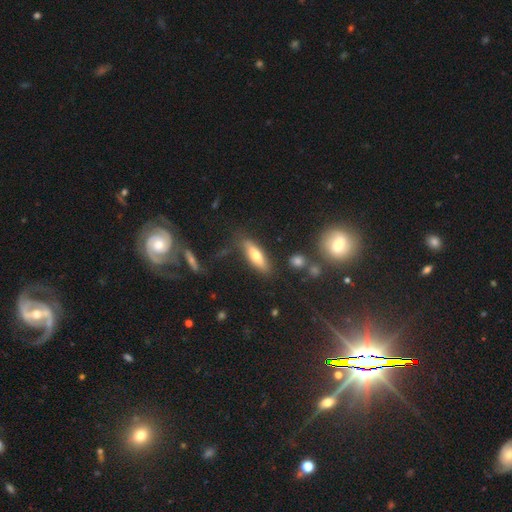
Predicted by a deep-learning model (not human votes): Smooth or featured? smooth (64%)
How rounded? cigar-shaped (55%)
Merging? none (75%)